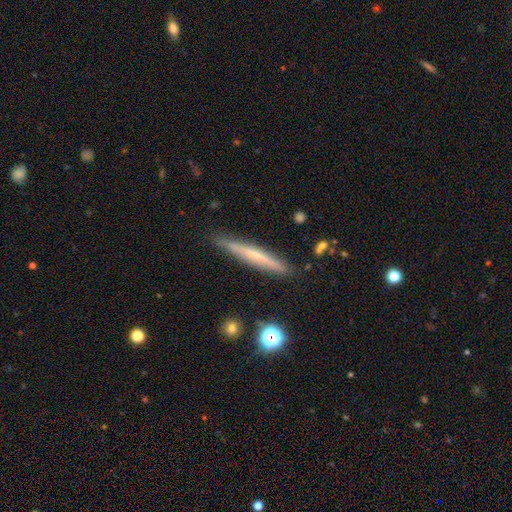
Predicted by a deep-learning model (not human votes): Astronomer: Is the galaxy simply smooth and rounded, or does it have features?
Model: featured or disk — 50% (runner-up: smooth, 43%).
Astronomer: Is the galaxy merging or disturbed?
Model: none — 87%.